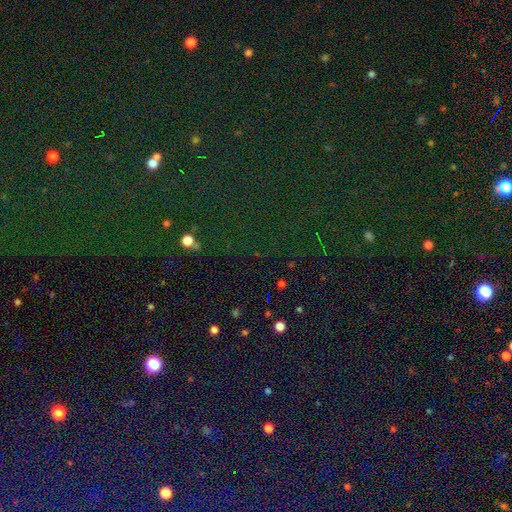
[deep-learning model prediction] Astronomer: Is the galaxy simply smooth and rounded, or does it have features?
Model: star or artifact — 81%.